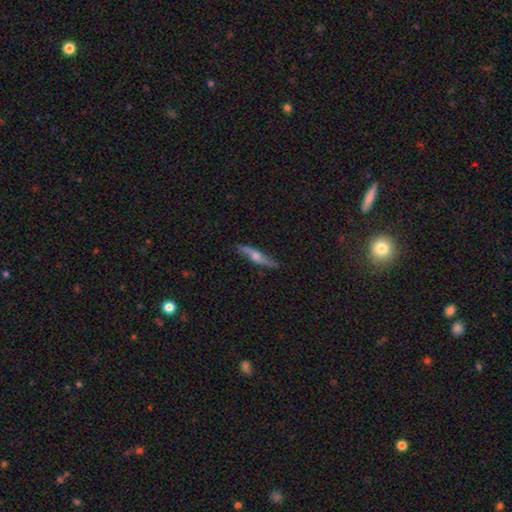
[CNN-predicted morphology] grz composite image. It shows a featured or disk galaxy (62%) viewed edge-on (79%). Merging: none (81%).